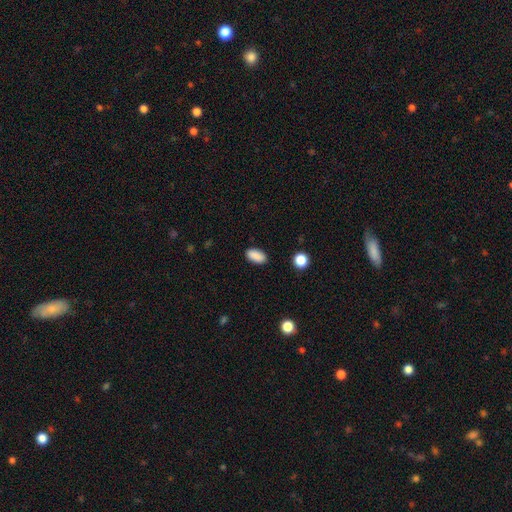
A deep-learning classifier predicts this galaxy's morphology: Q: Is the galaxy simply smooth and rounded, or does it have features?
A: smooth — 89%.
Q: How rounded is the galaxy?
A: in between — 92%.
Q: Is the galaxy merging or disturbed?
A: none — 88%.